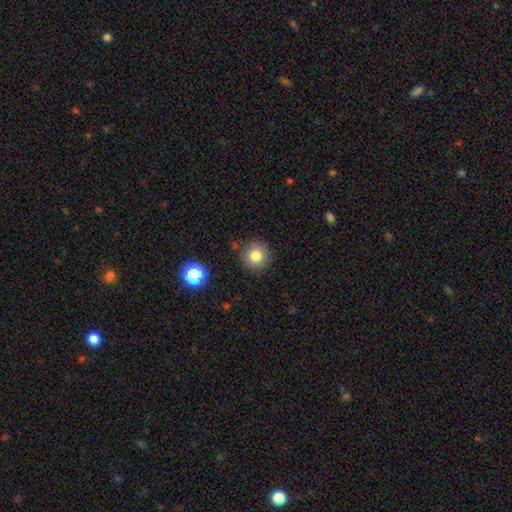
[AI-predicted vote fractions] This appears to be a smooth galaxy with no disk features (81%) that is round (94%). Merging: none (87%).